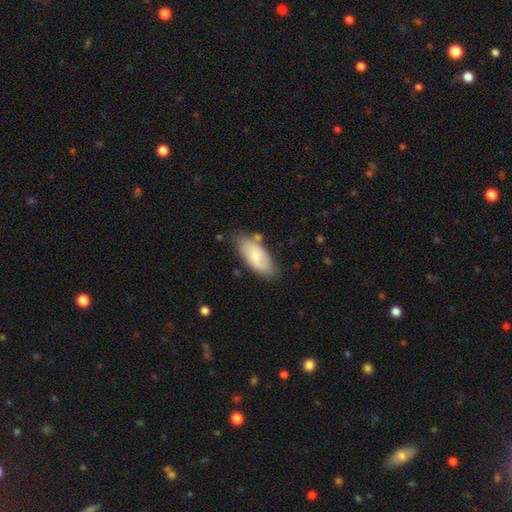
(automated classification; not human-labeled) Morphology: type=smooth (64%); roundness=in between (88%); merging=none (74%).